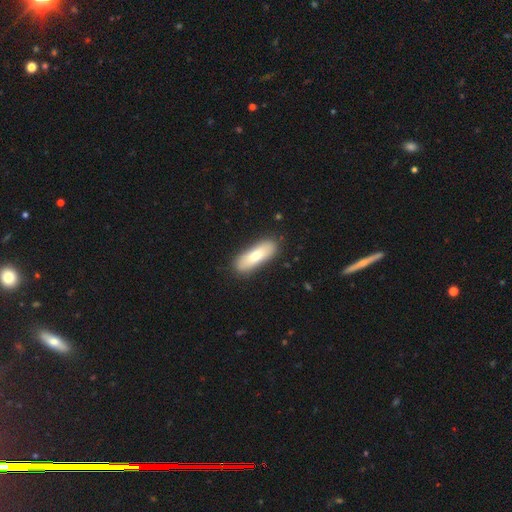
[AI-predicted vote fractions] This is likely a smooth galaxy (72%). How rounded: possibly in between (59%). Merging: clearly none (85%).